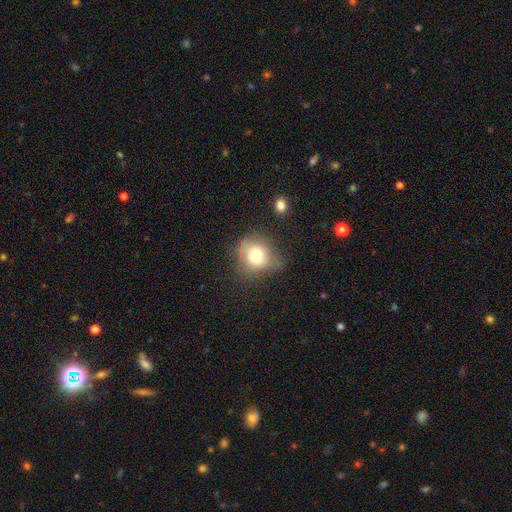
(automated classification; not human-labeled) This appears to be a smooth galaxy with no disk features (72%) that is round (73%). Merging: none (51%).